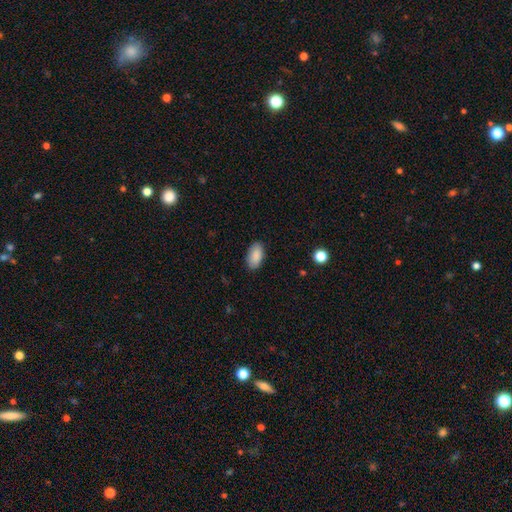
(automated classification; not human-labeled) smooth 89%, star or artifact 7%, featured or disk 4%. Down the decision tree: how rounded — in between (95%); merging — none (86%).